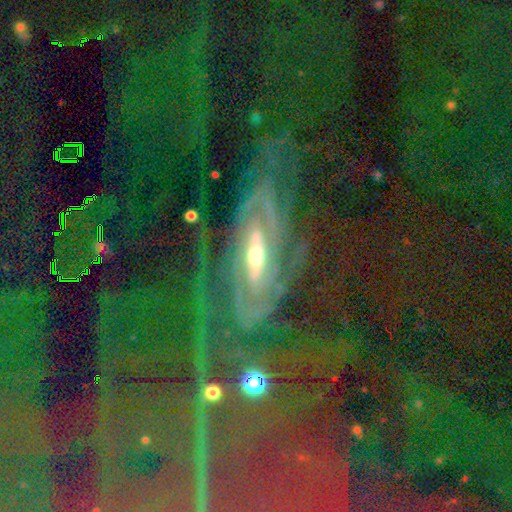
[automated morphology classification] Q: Smooth or featured?
A: featured or disk (62%); runner-up: star or artifact (25%)
Q: Edge-on disk?
A: no (84%); runner-up: yes (16%)
Q: Bar?
A: no (36%); runner-up: weak (34%)
Q: Spiral arms?
A: yes (86%); runner-up: no (14%)
Q: Bulge size?
A: small (54%); runner-up: moderate (40%)
Q: Merging?
A: none (64%); runner-up: minor disturbance (17%)